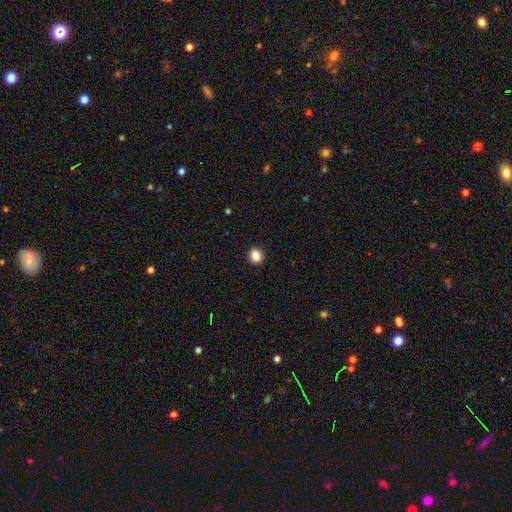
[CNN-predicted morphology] smooth_or_featured: smooth (p=0.87) [alt: star or artifact p=0.10]
how_rounded: round (p=0.71) [alt: in between p=0.28]
merging: none (p=0.92) [alt: minor disturbance p=0.05]